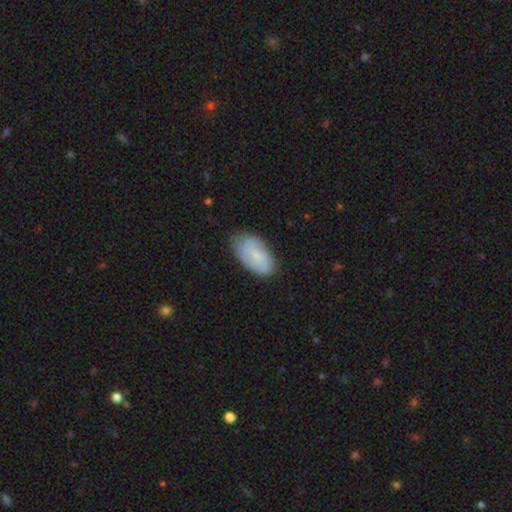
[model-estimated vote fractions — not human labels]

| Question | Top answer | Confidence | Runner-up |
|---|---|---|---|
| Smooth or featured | smooth | 59% | featured or disk (34%) |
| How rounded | in between | 93% | round (4%) |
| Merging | none | 69% | minor disturbance (24%) |